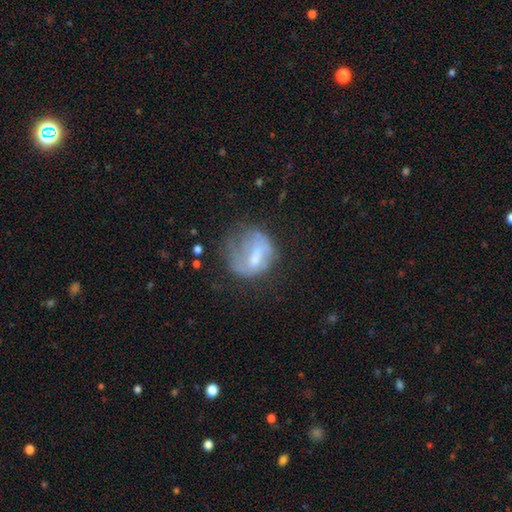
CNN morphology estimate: smooth-or-featured: featured or disk: 50% | smooth: 41% | star or artifact: 9%
  merging: major disturbance: 35% (tied) | none: 35% (tied) | minor disturbance: 26% | merger: 3%